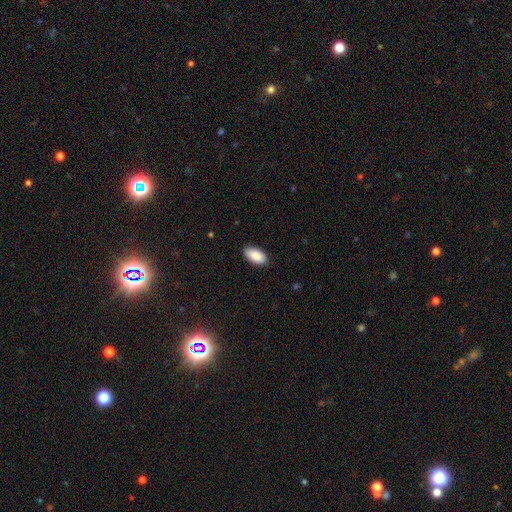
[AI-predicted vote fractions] smooth-or-featured: smooth: 90% | star or artifact: 6% | featured or disk: 4%
  how-rounded: in between: 94% | cigar-shaped: 3% | round: 2%
  merging: none: 86% | minor disturbance: 11% | major disturbance: 2% | merger: 1%